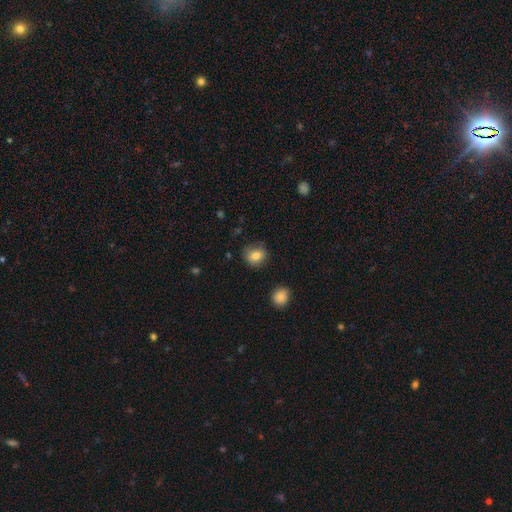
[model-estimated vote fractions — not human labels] Smooth or featured? Predicted: smooth (p=0.80). How rounded? Predicted: round (p=0.74). Merging? Predicted: none (p=0.79).